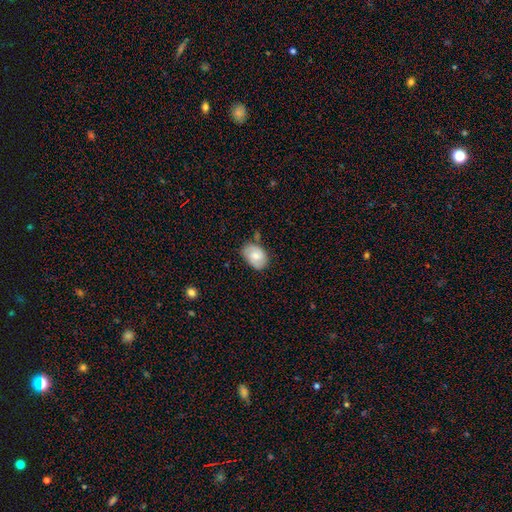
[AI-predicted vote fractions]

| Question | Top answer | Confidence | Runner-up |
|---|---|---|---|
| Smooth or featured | smooth | 63% | featured or disk (30%) |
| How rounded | in between | 79% | round (20%) |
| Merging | none | 64% | minor disturbance (26%) |